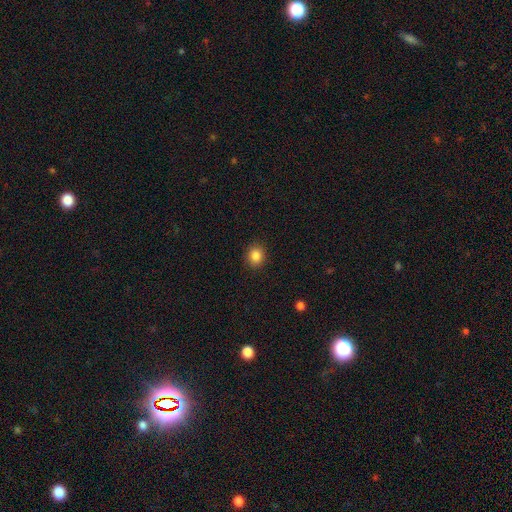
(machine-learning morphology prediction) smooth_or_featured: smooth (p=0.85) [alt: star or artifact p=0.10]
how_rounded: round (p=0.74) [alt: in between p=0.25]
merging: none (p=0.90) [alt: minor disturbance p=0.07]